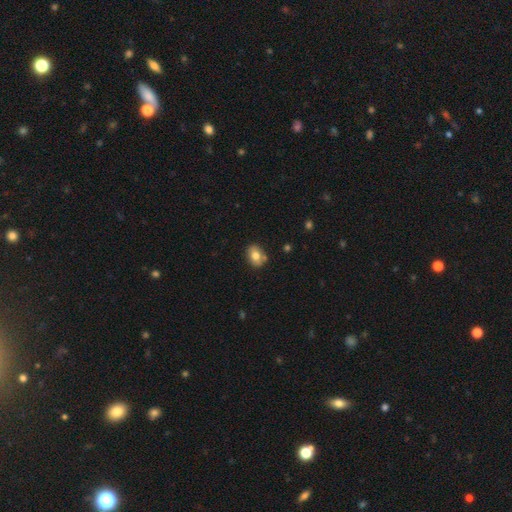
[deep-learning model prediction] smooth 75%, featured or disk 16%, star or artifact 9%. Down the decision tree: how rounded — in between (66%); merging — none (73%).